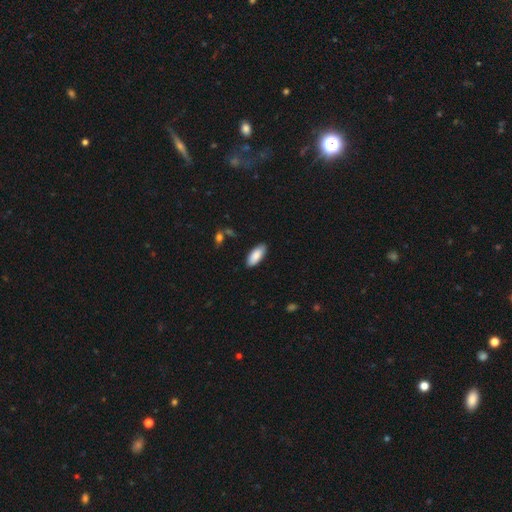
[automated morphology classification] A smooth galaxy with no disk features (87%) that is in between round and cigar-shaped (87%). Merging: none (86%).